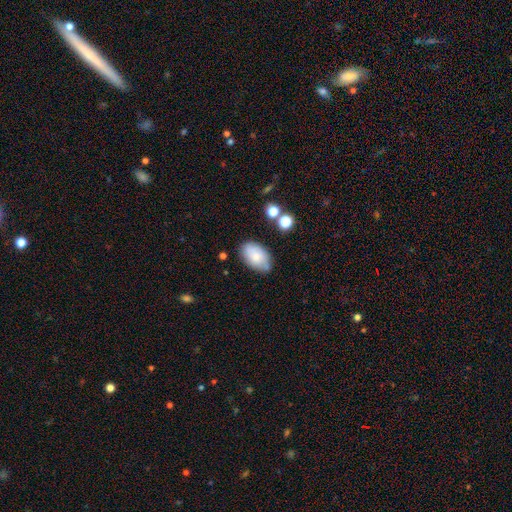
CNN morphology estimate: Q: Smooth or featured?
A: smooth (75%); runner-up: featured or disk (17%)
Q: How rounded?
A: in between (92%); runner-up: round (6%)
Q: Merging?
A: none (71%); runner-up: minor disturbance (20%)